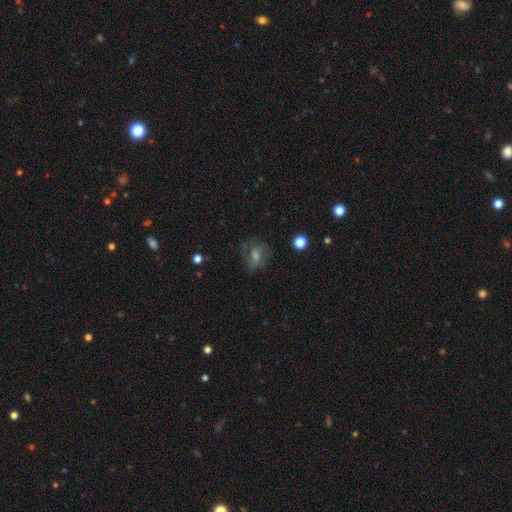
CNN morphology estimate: smooth-or-featured: featured or disk: 41% | smooth: 39% | star or artifact: 20%
  merging: none: 67% | minor disturbance: 19% | major disturbance: 12% | merger: 2%